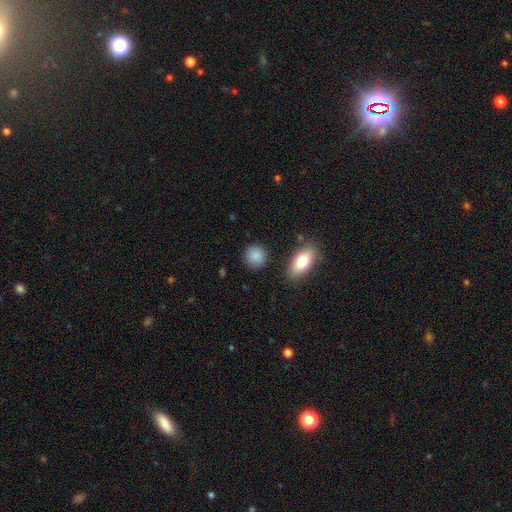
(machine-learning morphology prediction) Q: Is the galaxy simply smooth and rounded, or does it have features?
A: smooth — 88%.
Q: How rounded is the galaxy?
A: round — 83%.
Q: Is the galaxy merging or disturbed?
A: none — 87%.